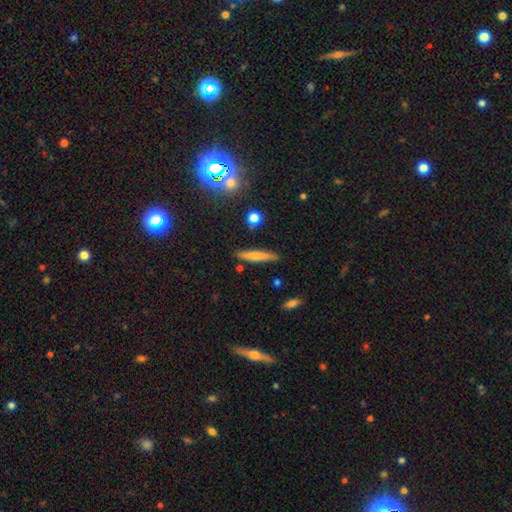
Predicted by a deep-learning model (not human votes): Q: Smooth or featured?
A: smooth (65%); runner-up: featured or disk (27%)
Q: How rounded?
A: cigar-shaped (89%); runner-up: in between (9%)
Q: Merging?
A: none (85%); runner-up: minor disturbance (10%)